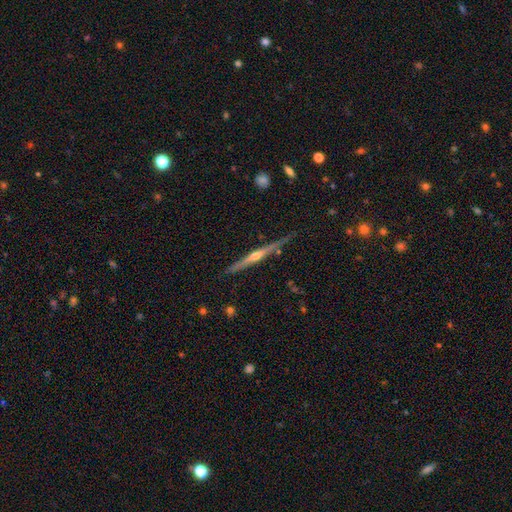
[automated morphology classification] featured or disk 78%, smooth 16%, star or artifact 6%. Down the decision tree: edge-on disk — yes (98%); edge-on bulge — rounded (83%); merging — none (82%).